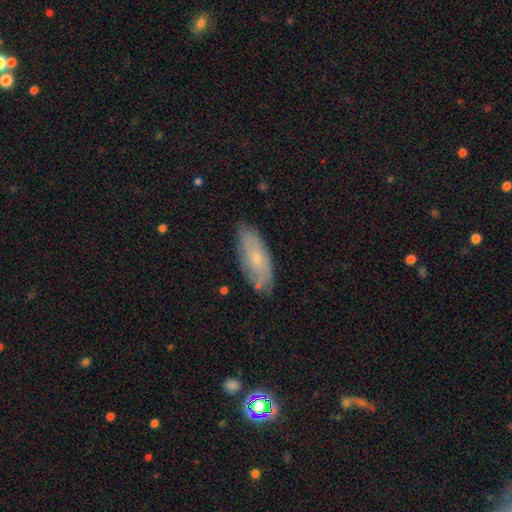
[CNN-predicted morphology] type=smooth (52%); roundness=in between (76%); merging=none (77%).